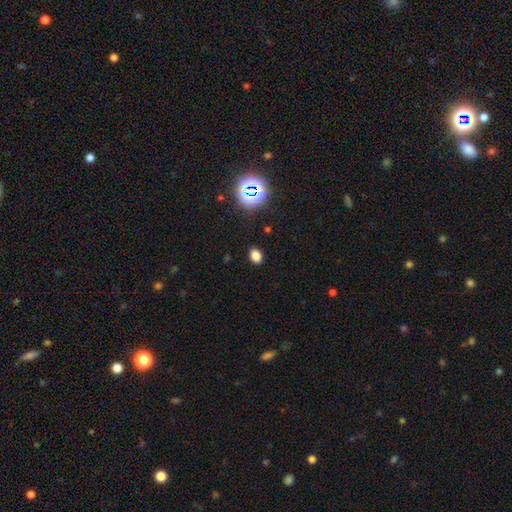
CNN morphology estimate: The model was most divided on "how rounded": in between: 71%, round: 28%, cigar-shaped: 1%. More confident: merging — none (88%); smooth or featured — smooth (78%).